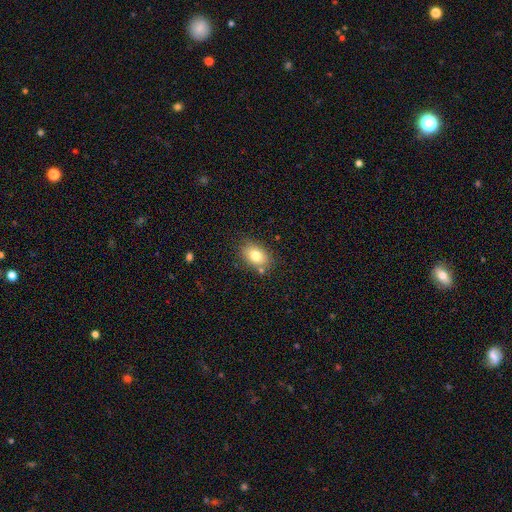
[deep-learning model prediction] Smooth or featured? smooth (79%)
How rounded? in between (79%)
Merging? none (79%)